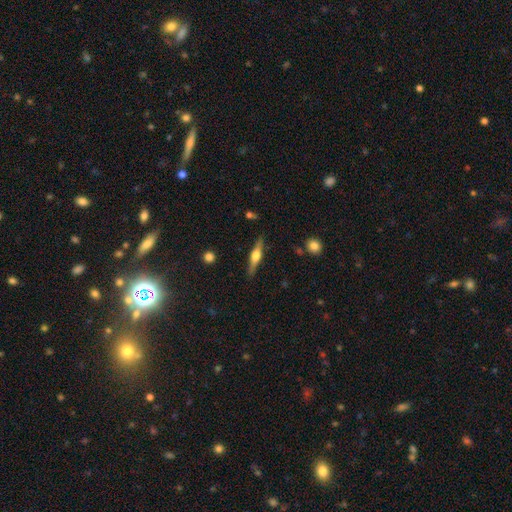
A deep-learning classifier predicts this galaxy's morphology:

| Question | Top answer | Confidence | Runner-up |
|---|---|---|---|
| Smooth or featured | featured or disk | 66% | smooth (29%) |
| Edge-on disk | yes | 97% | no (3%) |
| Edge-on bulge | rounded | 90% | boxy (8%) |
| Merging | none | 87% | minor disturbance (9%) |